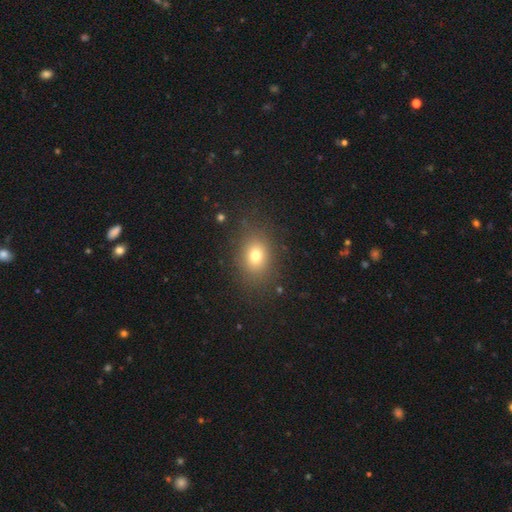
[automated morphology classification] Smooth or featured?
  - smooth: 74% *
  - star or artifact: 14%
  - featured or disk: 11%
How rounded?
  - round: 50% *
  - in between: 49%
  - cigar-shaped: 1%
Merging?
  - none: 82% *
  - minor disturbance: 11%
  - major disturbance: 5%
  - merger: 1%